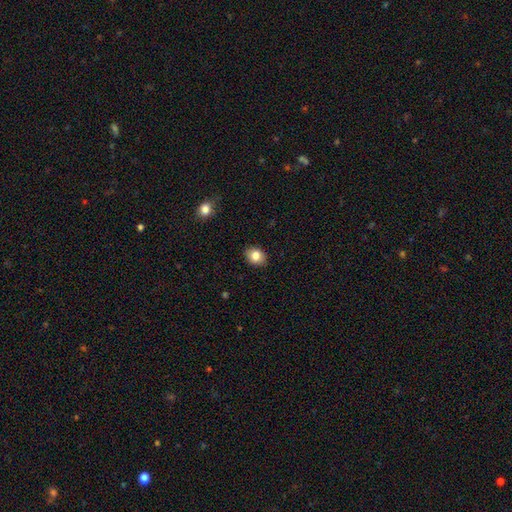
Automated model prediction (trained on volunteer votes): Smooth or featured?
  - smooth: 83% *
  - star or artifact: 9%
  - featured or disk: 8%
How rounded?
  - in between: 54% *
  - round: 45%
  - cigar-shaped: 1%
Merging?
  - none: 89% *
  - minor disturbance: 8%
  - major disturbance: 2%
  - merger: 1%